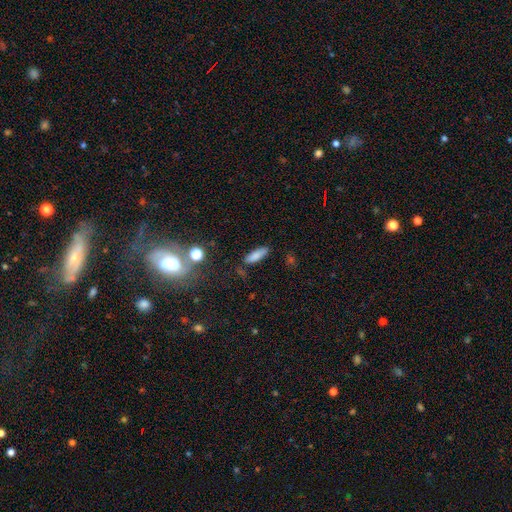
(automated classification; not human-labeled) smooth 80%, star or artifact 11%, featured or disk 10%. Down the decision tree: how rounded — cigar-shaped (49%, tied with in between); merging — none (80%).